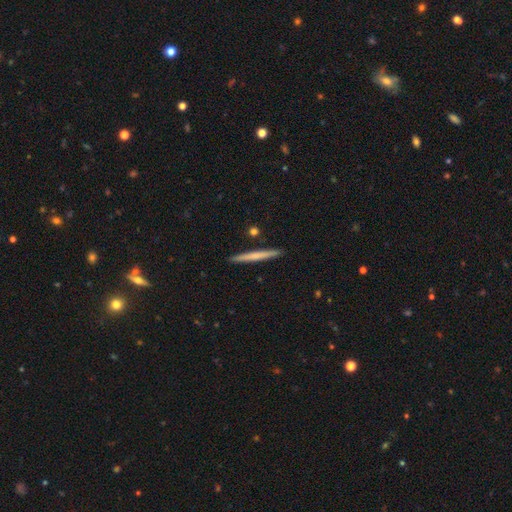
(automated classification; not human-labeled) Morphology: type=smooth (56%); roundness=cigar-shaped (97%); merging=none (92%).